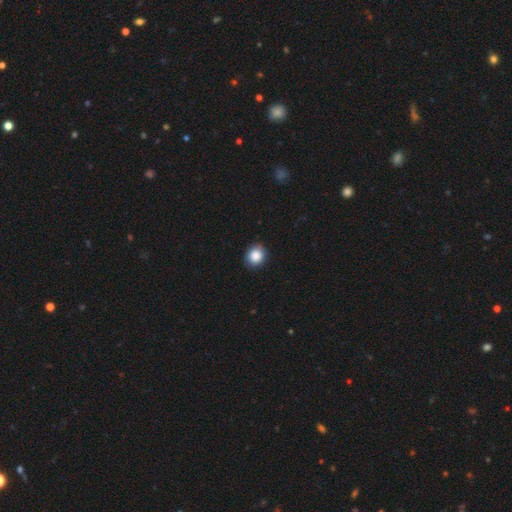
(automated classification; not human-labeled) A smooth galaxy with no disk features (87%) that is round (78%).

Vote fractions:
- Smooth or featured? smooth: 87% / star or artifact: 8% / featured or disk: 5%
- How rounded? round: 78% / in between: 21% / cigar-shaped: 1%
- Merging? none: 86% / minor disturbance: 11% / major disturbance: 2% / merger: 1%